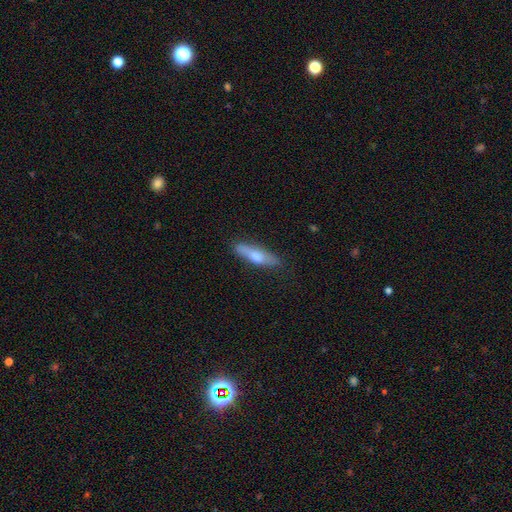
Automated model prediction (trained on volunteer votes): This appears to be a smooth galaxy with no disk features (68%) that is cigar-shaped (71%). Merging: none (79%).